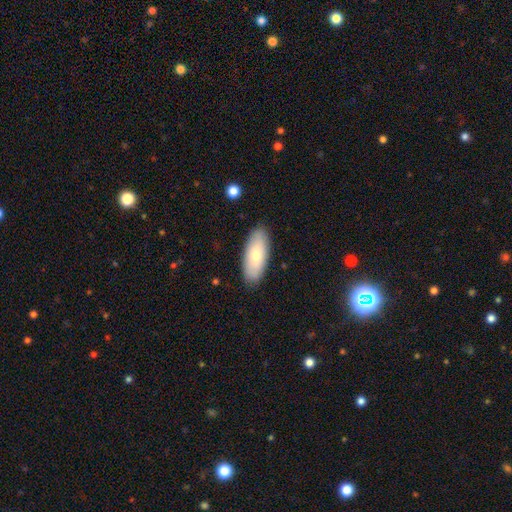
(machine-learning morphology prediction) Q: Smooth or featured?
A: smooth (70%); runner-up: featured or disk (24%)
Q: How rounded?
A: in between (82%); runner-up: cigar-shaped (16%)
Q: Merging?
A: none (88%); runner-up: minor disturbance (9%)